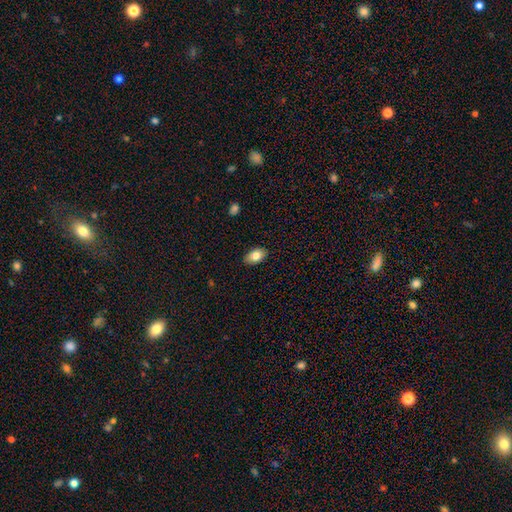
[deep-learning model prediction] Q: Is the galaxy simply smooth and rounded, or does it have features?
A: smooth — 82%.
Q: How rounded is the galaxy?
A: in between — 89%.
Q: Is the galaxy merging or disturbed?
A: none — 87%.